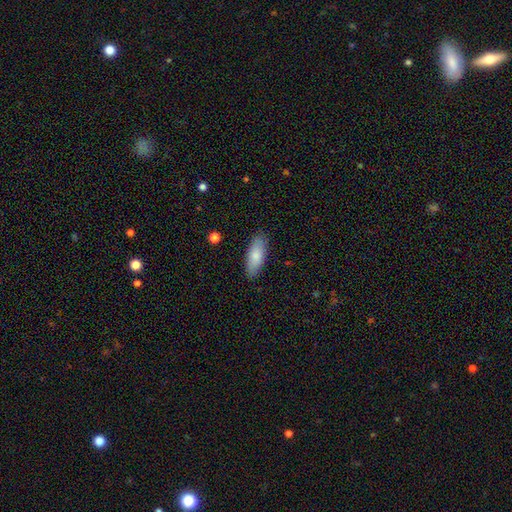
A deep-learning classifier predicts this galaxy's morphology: The model was most divided on "how rounded": in between: 75%, cigar-shaped: 23%, round: 2%. More confident: merging — none (86%); smooth or featured — smooth (81%).